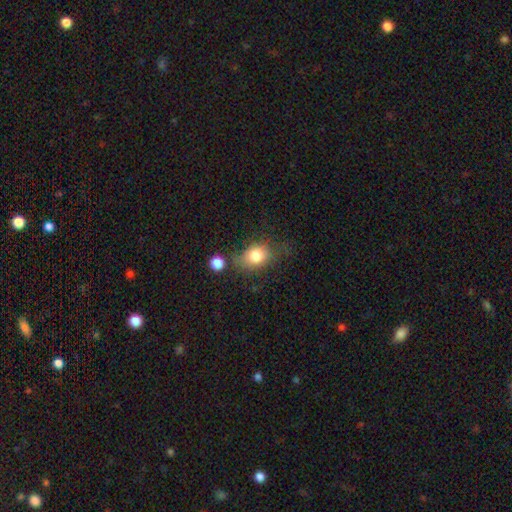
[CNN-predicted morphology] Q: Smooth or featured?
A: smooth (79%); runner-up: featured or disk (11%)
Q: How rounded?
A: in between (65%); runner-up: round (34%)
Q: Merging?
A: none (53%); runner-up: minor disturbance (25%)